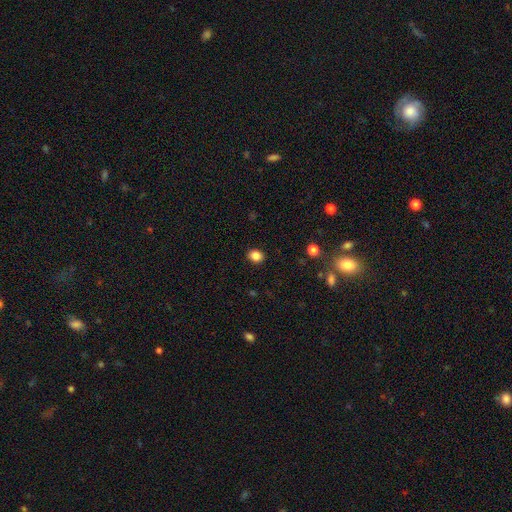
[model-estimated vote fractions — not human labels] This is clearly a smooth galaxy (85%). How rounded: possibly round (52%). Merging: clearly none (89%).